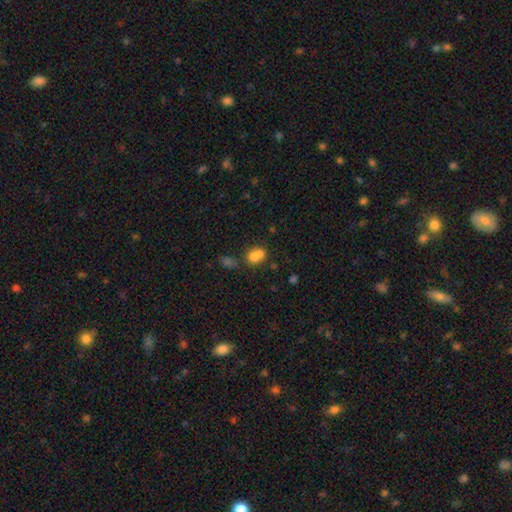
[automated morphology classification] Smooth or featured: smooth — 73% (featured or disk — 15%)
How rounded: in between — 53% (round — 45%)
Merging: merger — 59% (none — 26%)